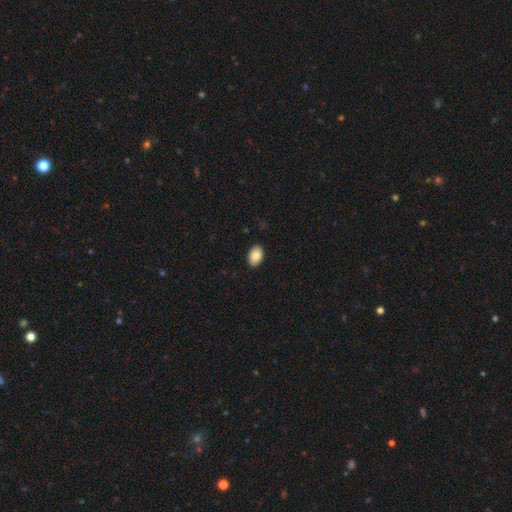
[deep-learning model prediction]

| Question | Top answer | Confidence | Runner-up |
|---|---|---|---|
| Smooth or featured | smooth | 87% | star or artifact (7%) |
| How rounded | in between | 89% | round (10%) |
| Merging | none | 90% | minor disturbance (7%) |